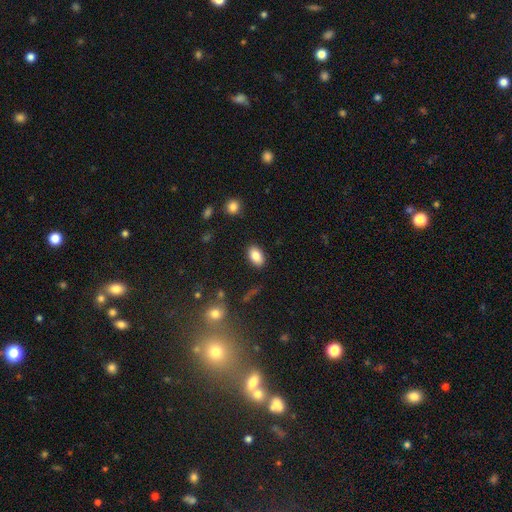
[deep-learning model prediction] smooth 85%, star or artifact 8%, featured or disk 7%. Down the decision tree: how rounded — in between (91%); merging — none (87%).